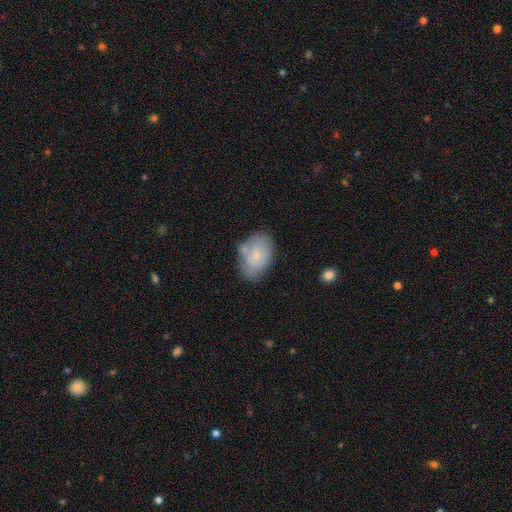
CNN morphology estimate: smooth_or_featured: smooth (p=0.57) [alt: featured or disk p=0.35]
how_rounded: in between (p=0.82) [alt: round p=0.17]
merging: none (p=0.51) [alt: minor disturbance p=0.29]